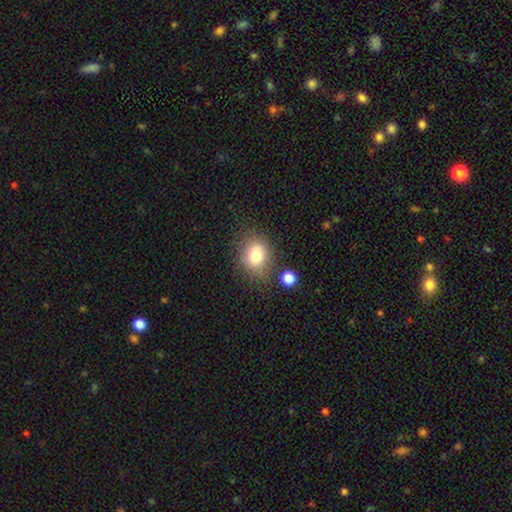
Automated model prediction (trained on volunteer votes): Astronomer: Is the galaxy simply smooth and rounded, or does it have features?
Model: smooth — 78%.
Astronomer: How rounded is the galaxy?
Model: round — 54% (runner-up: in between, 44%).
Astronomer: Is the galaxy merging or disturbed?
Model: none — 69%.